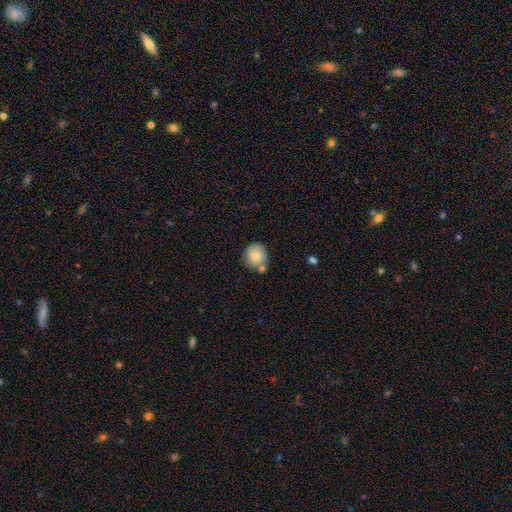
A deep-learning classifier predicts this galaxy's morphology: Overall: smooth (74%). How rounded: round (86%). Merging: none (61%).